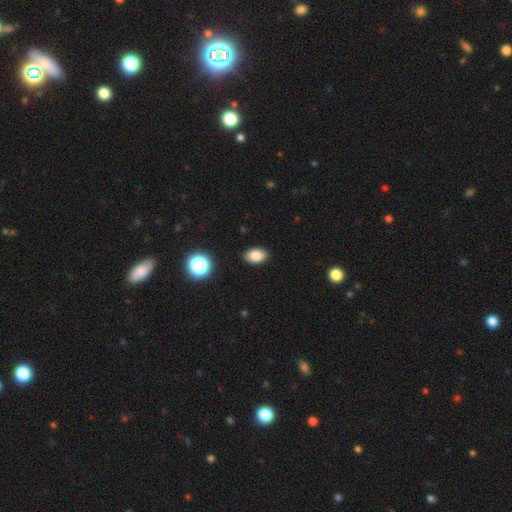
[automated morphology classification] Overall: smooth (84%). How rounded: in between (87%). Merging: none (89%).